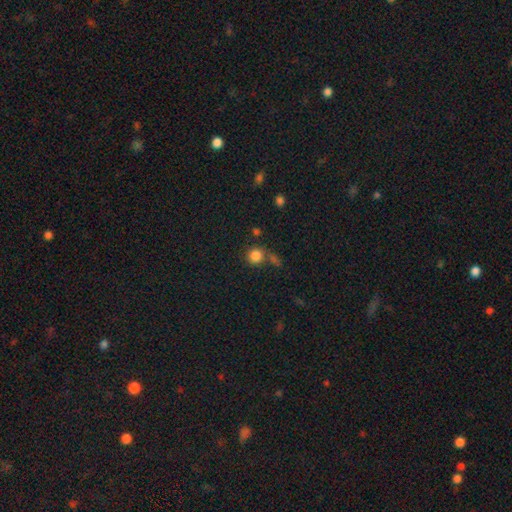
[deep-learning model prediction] The model was most divided on "merging": none: 65%, merger: 20%, minor disturbance: 10%, major disturbance: 5%. More confident: how rounded — round (89%); smooth or featured — smooth (83%).